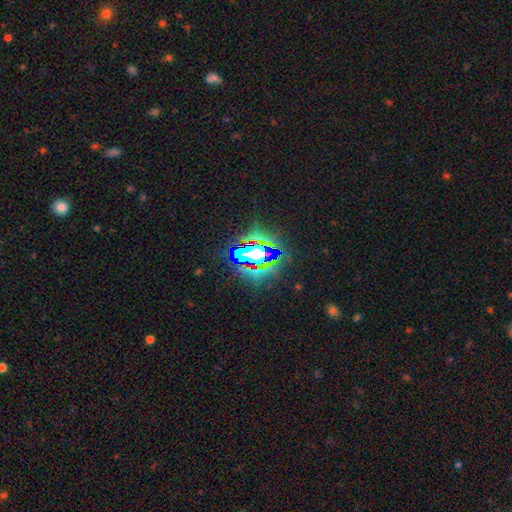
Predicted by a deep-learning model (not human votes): A star or artifact, not a galaxy (79%).